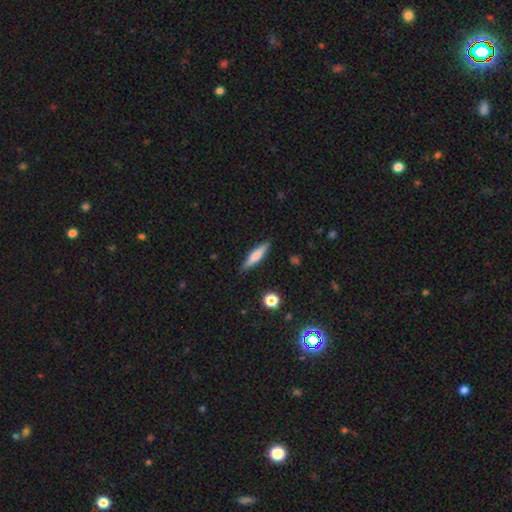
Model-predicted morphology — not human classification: smooth 53%, featured or disk 40%, star or artifact 7%. Down the decision tree: how rounded — cigar-shaped (82%); merging — none (88%).